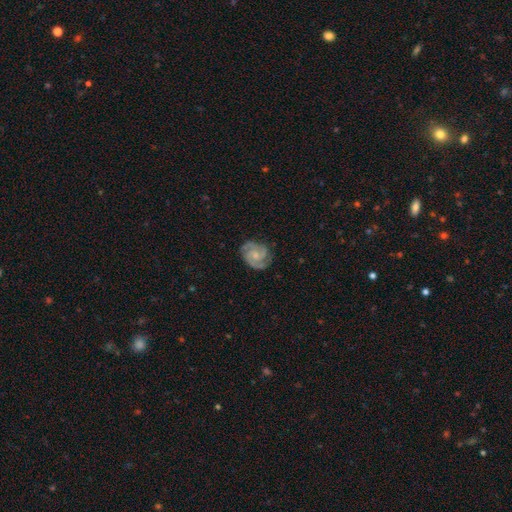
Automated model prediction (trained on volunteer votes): smooth_or_featured: featured or disk (p=0.84) [alt: smooth p=0.11]
disk_edge_on: no (p=0.98) [alt: yes p=0.02]
bar: no (p=0.64) [alt: weak p=0.31]
has_spiral_arms: yes (p=0.97) [alt: no p=0.03]
spiral_winding: tight (p=0.51) [alt: medium p=0.42]
spiral_arm_count: 2 (p=0.49) [alt: 3 p=0.33]
bulge_size: small (p=0.47) [alt: moderate p=0.32]
merging: none (p=0.75) [alt: minor disturbance p=0.18]